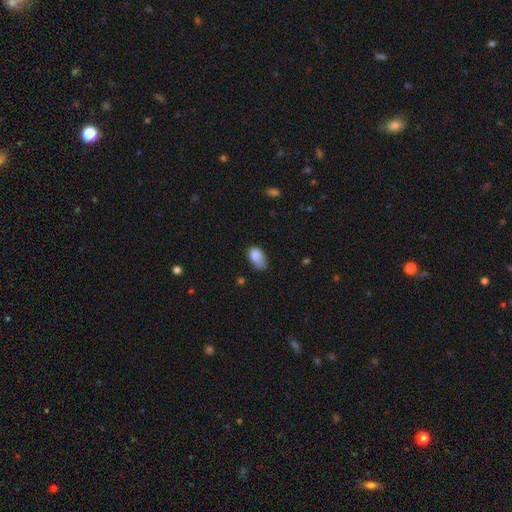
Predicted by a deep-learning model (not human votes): smooth-or-featured: smooth: 82% | featured or disk: 9% | star or artifact: 9%
  how-rounded: in between: 91% | round: 7% | cigar-shaped: 2%
  merging: none: 41% | minor disturbance: 39% | major disturbance: 15% | merger: 5%